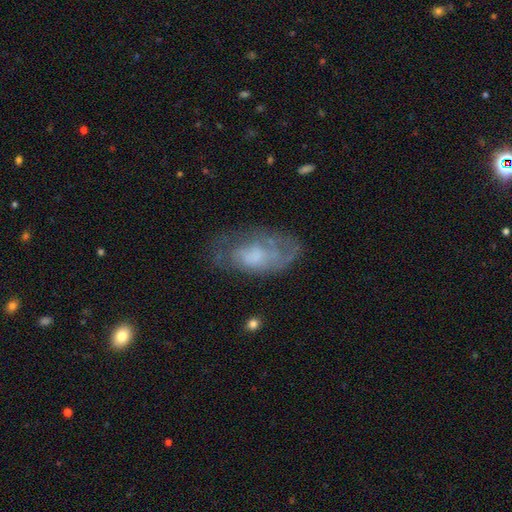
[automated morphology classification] Smooth or featured? Predicted: featured or disk (p=0.54). Edge-on disk? Predicted: no (p=0.94). Bar? Predicted: no (p=0.77). Spiral arms? Predicted: yes (p=0.59). Bulge size? Predicted: moderate (p=0.32). Merging? Predicted: none (p=0.53).